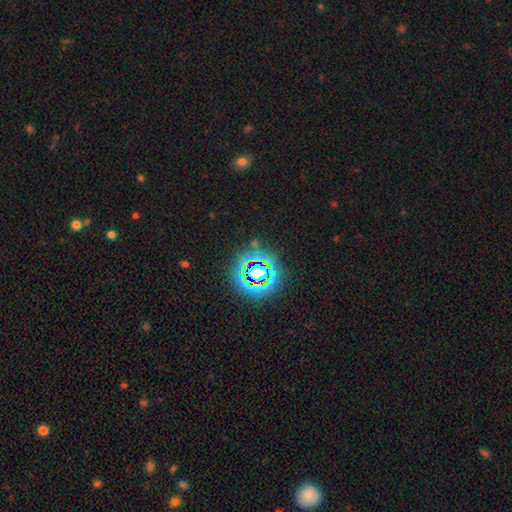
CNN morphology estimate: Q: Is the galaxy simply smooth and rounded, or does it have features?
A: star or artifact — 76%.